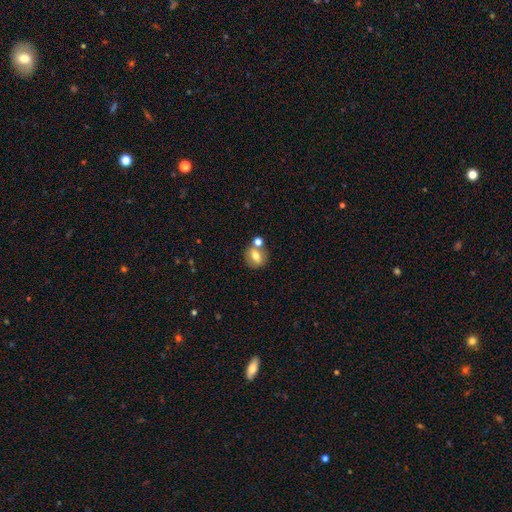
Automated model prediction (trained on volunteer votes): Smooth or featured: smooth — 65% (featured or disk — 25%)
How rounded: round — 56% (in between — 42%)
Merging: none — 61% (merger — 24%)